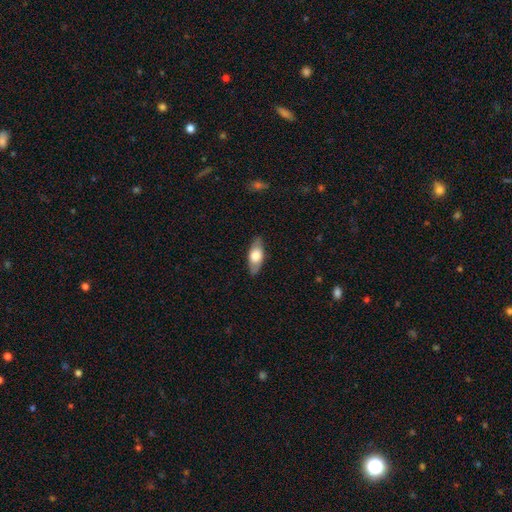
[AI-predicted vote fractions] This is possibly a smooth galaxy (59%). How rounded: clearly in between (80%). Merging: clearly none (84%).